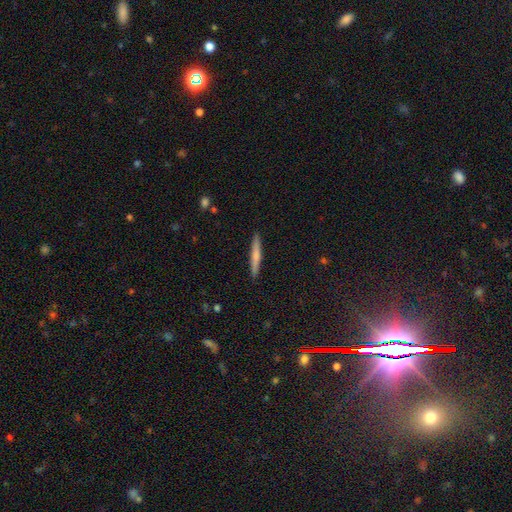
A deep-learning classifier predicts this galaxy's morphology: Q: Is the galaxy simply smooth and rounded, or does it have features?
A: smooth — 62%.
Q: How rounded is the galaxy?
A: cigar-shaped — 95%.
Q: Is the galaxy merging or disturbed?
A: none — 91%.